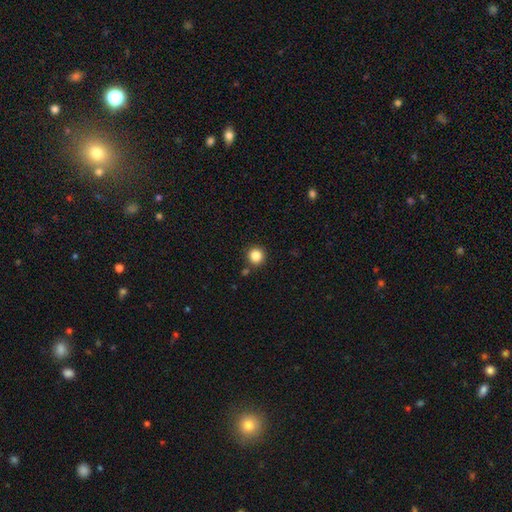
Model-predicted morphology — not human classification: Overall: smooth (84%). How rounded: round (94%). Merging: none (88%).